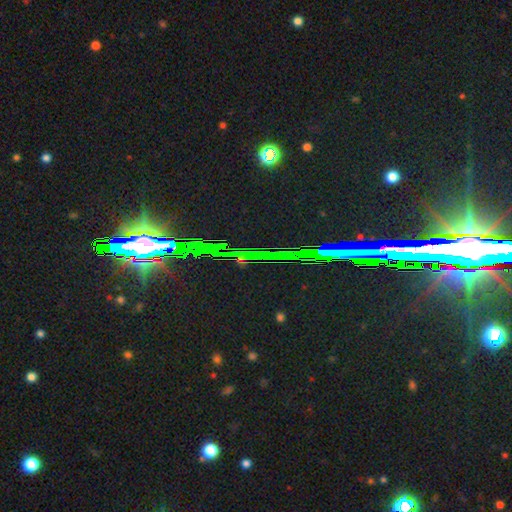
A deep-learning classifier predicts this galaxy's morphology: Overall: star or artifact (85%).